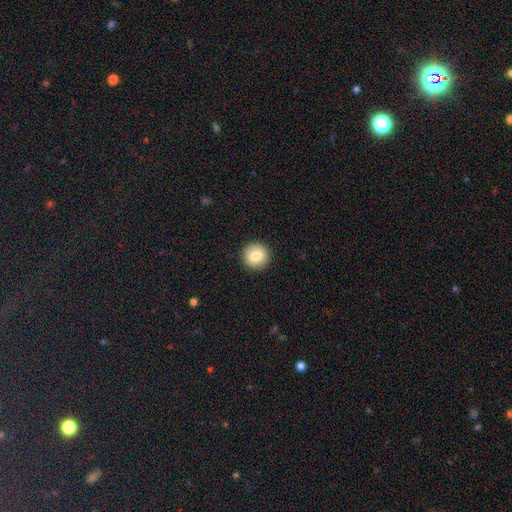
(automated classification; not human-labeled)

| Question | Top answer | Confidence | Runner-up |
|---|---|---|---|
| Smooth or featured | smooth | 80% | featured or disk (12%) |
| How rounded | round | 94% | in between (6%) |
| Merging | none | 91% | minor disturbance (6%) |